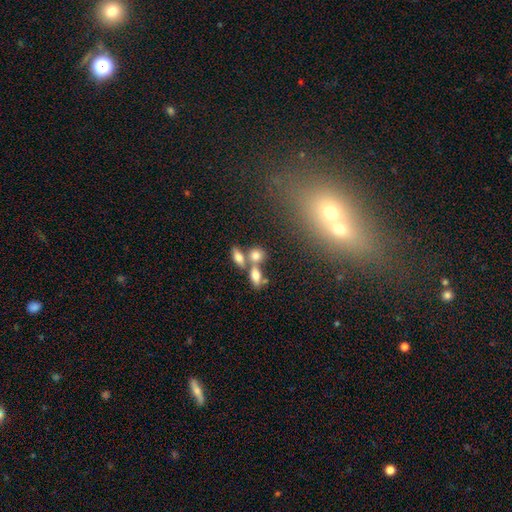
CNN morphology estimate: The model was most divided on "merging" (2-way tie): none: 43%, merger: 43%, minor disturbance: 10%, major disturbance: 5%. More confident: smooth or featured — smooth (74%); how rounded — in between (55%).